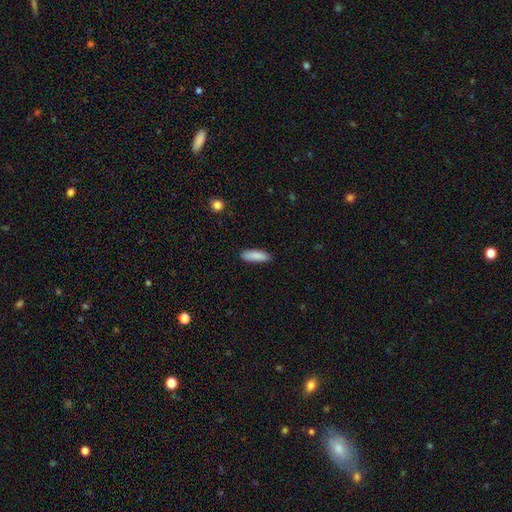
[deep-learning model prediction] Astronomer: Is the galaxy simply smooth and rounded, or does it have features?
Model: smooth — 88%.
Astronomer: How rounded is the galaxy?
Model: cigar-shaped — 51% (runner-up: in between, 48%).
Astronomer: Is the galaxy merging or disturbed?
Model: none — 88%.